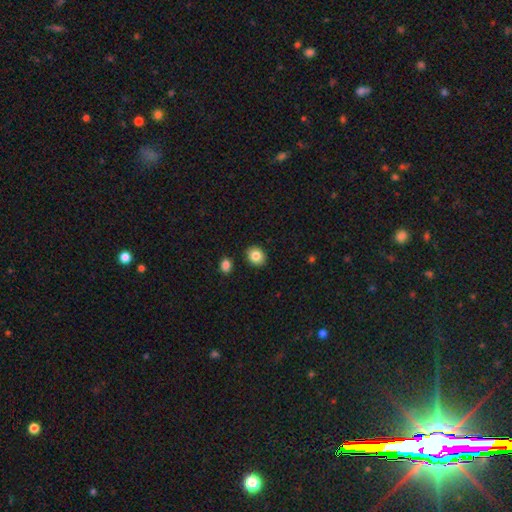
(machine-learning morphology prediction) smooth-or-featured: smooth: 85% | star or artifact: 9% | featured or disk: 6%
  how-rounded: round: 67% | in between: 32% | cigar-shaped: 1%
  merging: none: 88% | minor disturbance: 7% | merger: 3% | major disturbance: 2%